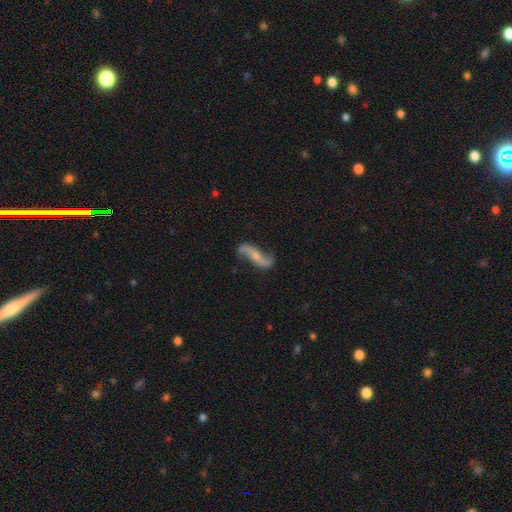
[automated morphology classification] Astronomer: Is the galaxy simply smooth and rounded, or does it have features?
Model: featured or disk — 83%.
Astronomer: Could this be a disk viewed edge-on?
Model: no — 89%.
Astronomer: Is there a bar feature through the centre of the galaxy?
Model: no — 51% (runner-up: weak, 27%).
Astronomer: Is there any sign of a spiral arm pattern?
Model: yes — 94%.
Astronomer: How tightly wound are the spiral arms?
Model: loose — 89%.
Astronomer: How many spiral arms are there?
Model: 2 — 94%.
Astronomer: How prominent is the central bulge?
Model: small — 57%.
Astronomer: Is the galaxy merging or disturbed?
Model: none — 76%.